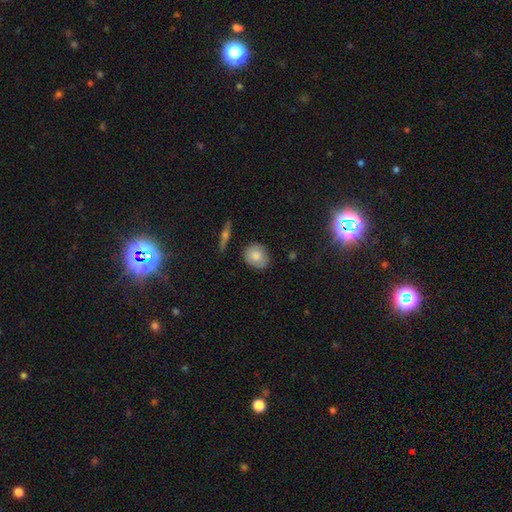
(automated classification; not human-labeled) A smooth galaxy with no disk features (80%) that is round (66%). Merging: none (82%).